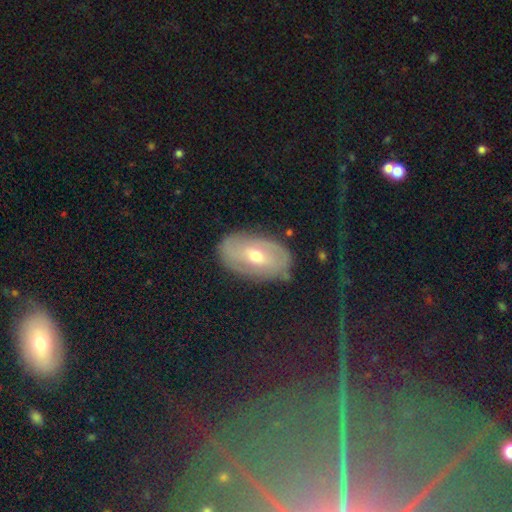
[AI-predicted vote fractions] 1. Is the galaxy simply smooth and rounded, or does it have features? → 64% featured or disk, 25% smooth, 12% star or artifact.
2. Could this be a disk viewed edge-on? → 91% no, 9% yes.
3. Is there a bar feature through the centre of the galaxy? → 44% weak, 32% no, 24% strong.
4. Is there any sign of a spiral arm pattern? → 68% yes, 32% no.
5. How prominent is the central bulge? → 63% moderate, 33% small, 2% large, 1% none, 1% dominant.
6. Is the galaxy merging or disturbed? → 76% none, 16% minor disturbance, 7% major disturbance, 2% merger.